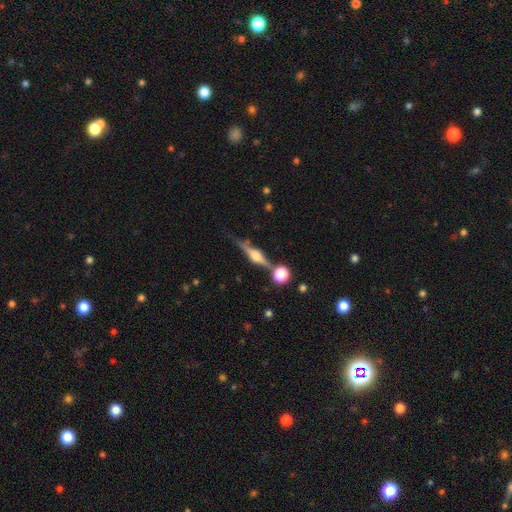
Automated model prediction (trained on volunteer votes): Smooth or featured? featured or disk (80%)
Edge-on disk? yes (97%)
Edge-on bulge? rounded (92%)
Merging? none (76%)